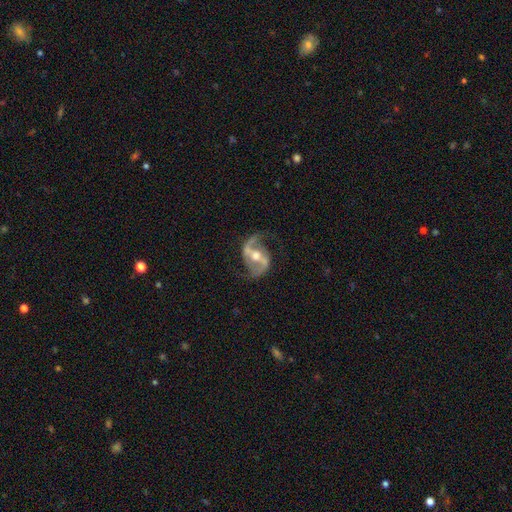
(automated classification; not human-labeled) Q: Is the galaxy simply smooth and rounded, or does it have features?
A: featured or disk — 89%.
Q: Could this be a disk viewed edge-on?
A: no — 97%.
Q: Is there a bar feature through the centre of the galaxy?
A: strong — 41%.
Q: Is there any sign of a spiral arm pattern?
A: yes — 95%.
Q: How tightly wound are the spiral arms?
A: medium — 45%.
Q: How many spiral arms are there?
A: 2 — 92%.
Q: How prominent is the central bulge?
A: moderate — 72%.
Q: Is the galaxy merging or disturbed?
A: none — 71%.